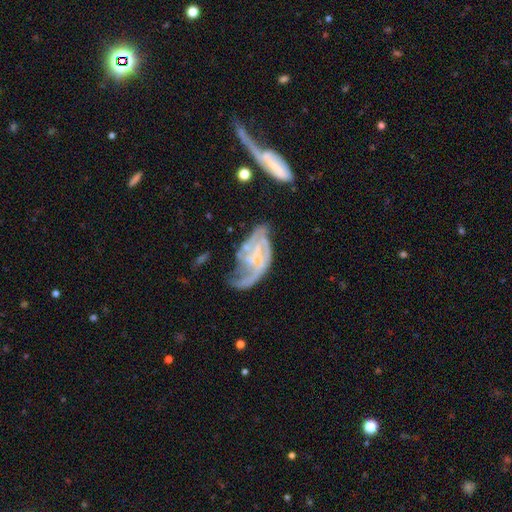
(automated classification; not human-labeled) This is clearly a featured or disk galaxy (81%). It is clearly not viewed edge-on (96%). Bar: possibly no (54%). Spiral arm pattern: clearly yes (90%). Spiral arm count: marginally 2 (39%). Spiral winding: marginally medium (40%). Central bulge: possibly none (56%). Merging: marginally none (35%).